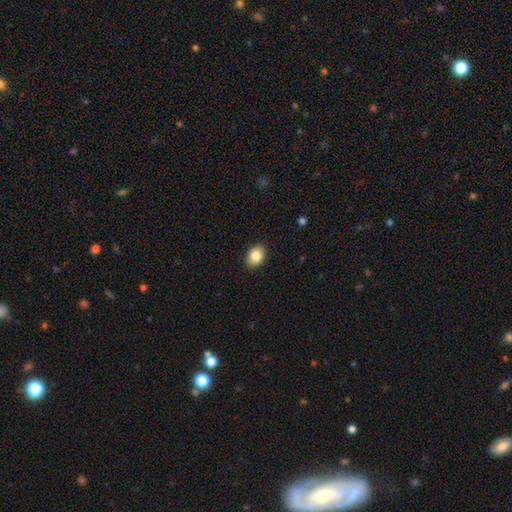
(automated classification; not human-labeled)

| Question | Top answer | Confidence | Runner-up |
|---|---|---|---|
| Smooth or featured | smooth | 85% | star or artifact (8%) |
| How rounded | in between | 79% | round (20%) |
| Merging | none | 89% | minor disturbance (8%) |